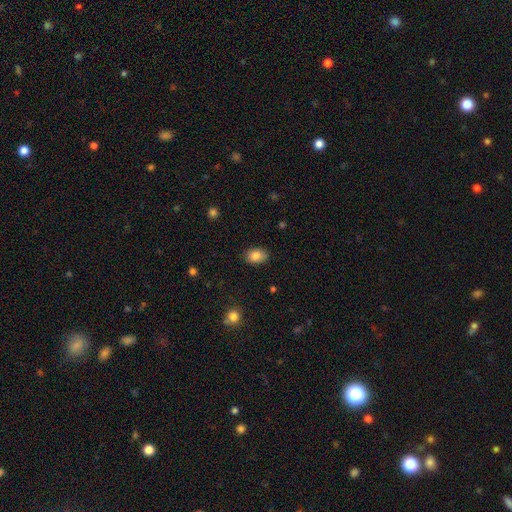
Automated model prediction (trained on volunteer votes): The model was most divided on "how rounded": in between: 81%, round: 18%, cigar-shaped: 1%. More confident: merging — none (86%); smooth or featured — smooth (86%).